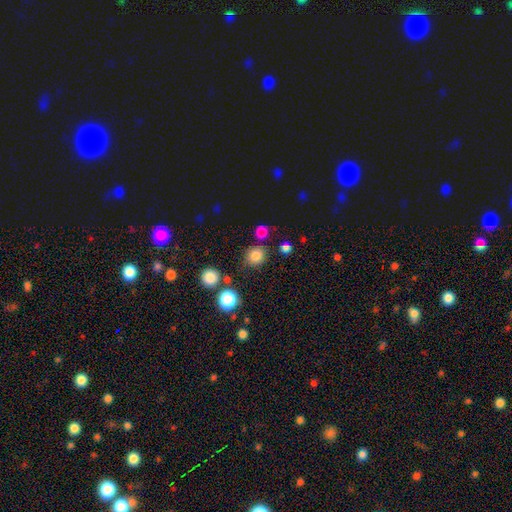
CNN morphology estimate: This is likely a smooth galaxy (80%). How rounded: clearly round (86%). Merging: likely none (78%).